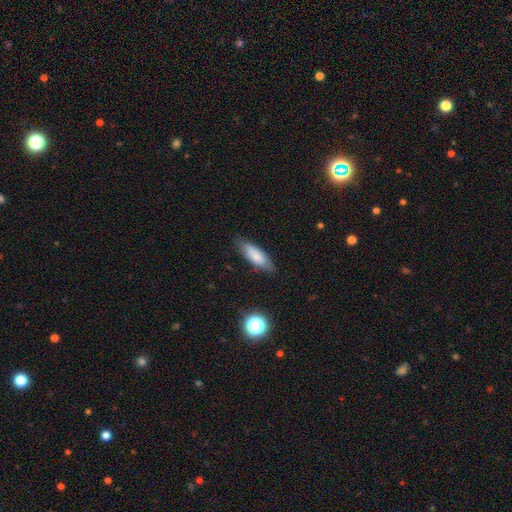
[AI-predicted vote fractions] smooth_or_featured: smooth (p=0.78) [alt: featured or disk p=0.14]
how_rounded: in between (p=0.59) [alt: cigar-shaped p=0.39]
merging: none (p=0.81) [alt: minor disturbance p=0.14]